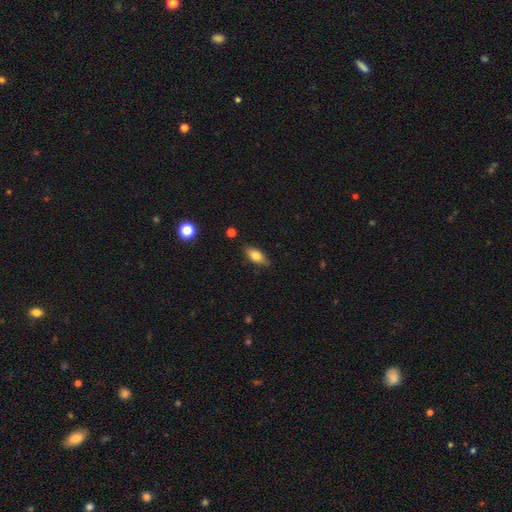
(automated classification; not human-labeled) Q: Smooth or featured?
A: smooth (75%); runner-up: featured or disk (17%)
Q: How rounded?
A: in between (83%); runner-up: cigar-shaped (13%)
Q: Merging?
A: none (84%); runner-up: minor disturbance (12%)